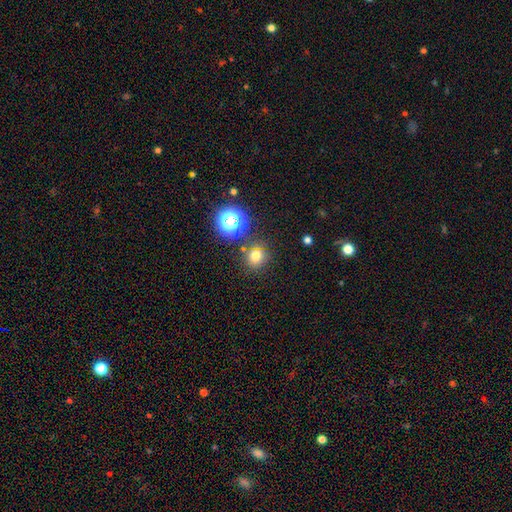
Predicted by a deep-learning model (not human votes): This is likely a smooth galaxy (69%). How rounded: clearly round (83%). Merging: likely none (79%).